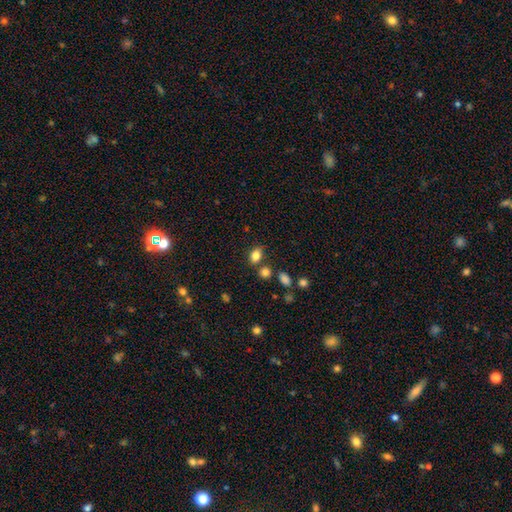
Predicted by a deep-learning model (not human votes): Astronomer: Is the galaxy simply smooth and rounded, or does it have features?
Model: smooth — 83%.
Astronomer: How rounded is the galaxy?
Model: in between — 73%.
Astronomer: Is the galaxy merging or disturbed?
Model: none — 72%.